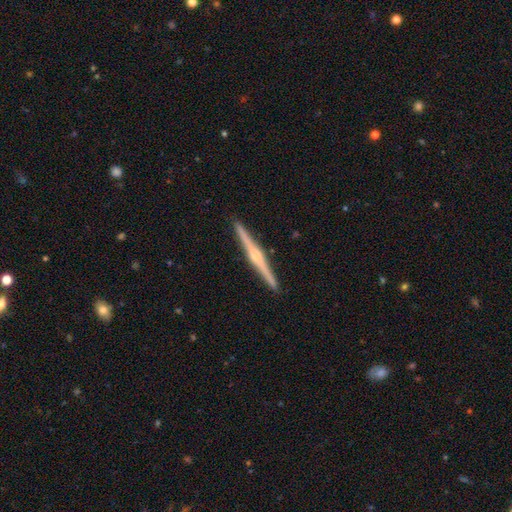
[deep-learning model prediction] Morphology: type=featured or disk (81%); edge-on=yes (99%); edge-on bulge=rounded (74%); merging=none (93%).